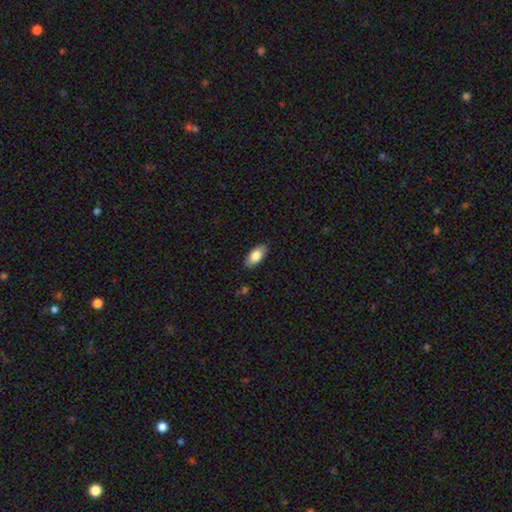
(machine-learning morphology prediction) smooth_or_featured: smooth (p=0.81) [alt: featured or disk p=0.13]
how_rounded: in between (p=0.91) [alt: cigar-shaped p=0.07]
merging: none (p=0.87) [alt: minor disturbance p=0.10]